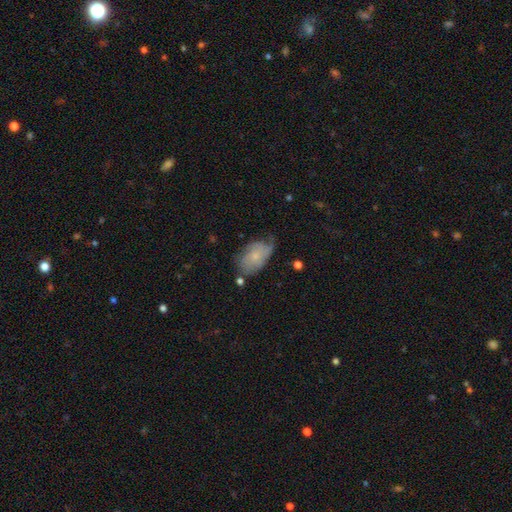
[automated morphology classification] Smooth or featured?
  - smooth: 55% *
  - featured or disk: 38%
  - star or artifact: 7%
How rounded?
  - in between: 90% *
  - round: 8%
  - cigar-shaped: 2%
Merging?
  - none: 40% *
  - minor disturbance: 38%
  - major disturbance: 18%
  - merger: 4%